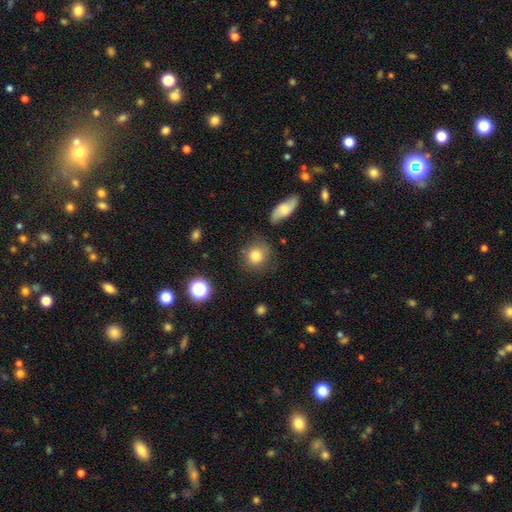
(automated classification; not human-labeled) Morphology: type=smooth (81%); roundness=round (84%); merging=none (77%).